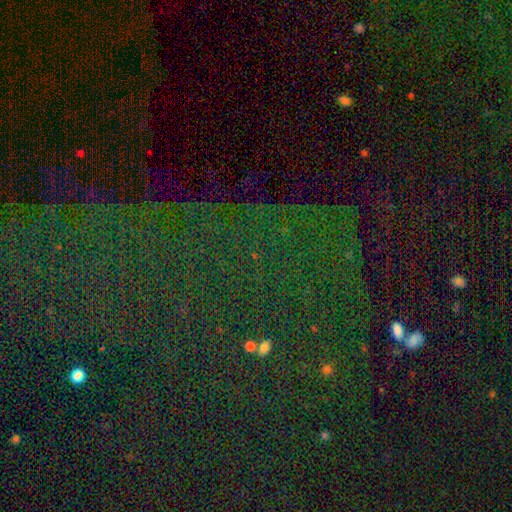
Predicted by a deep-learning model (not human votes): smooth-or-featured: star or artifact: 82% | smooth: 10% | featured or disk: 8%